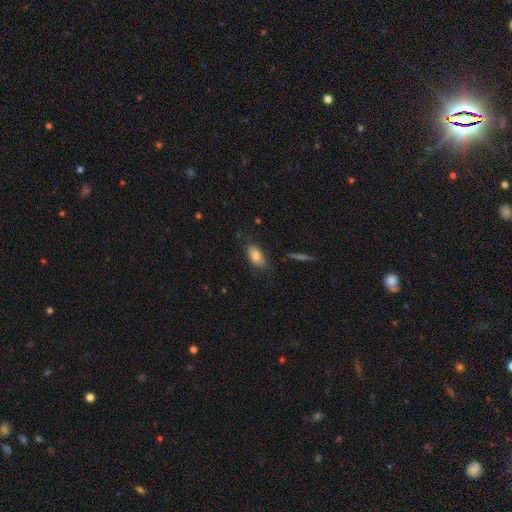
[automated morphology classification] Smooth or featured? Predicted: smooth (p=0.81). How rounded? Predicted: in between (p=0.87). Merging? Predicted: none (p=0.76).